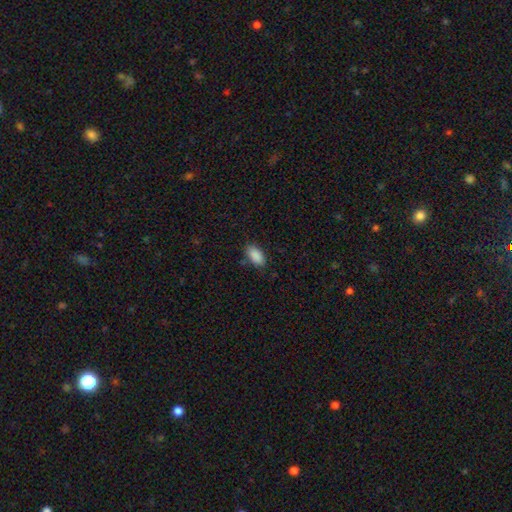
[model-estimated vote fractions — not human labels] A smooth galaxy with no disk features (89%) that is in between round and cigar-shaped (93%). Merging: none (81%).